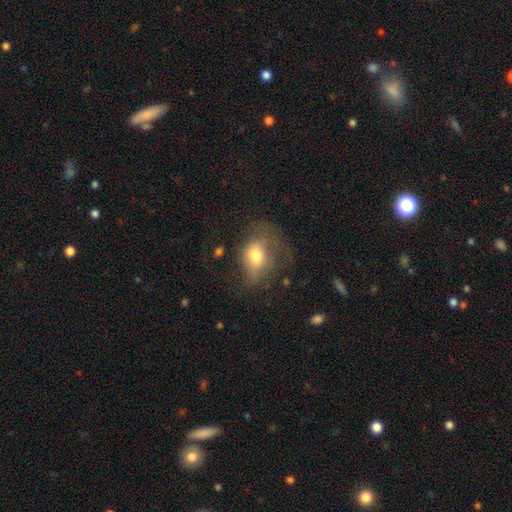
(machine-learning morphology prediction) This appears to be a smooth galaxy with no disk features (62%) that is in between round and cigar-shaped (67%). Merging: major disturbance (36%).